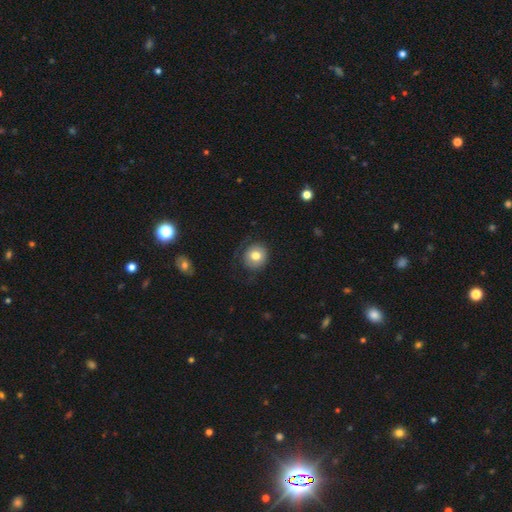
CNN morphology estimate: smooth_or_featured: smooth (p=0.75) [alt: featured or disk p=0.16]
how_rounded: round (p=0.87) [alt: in between p=0.12]
merging: none (p=0.71) [alt: minor disturbance p=0.17]